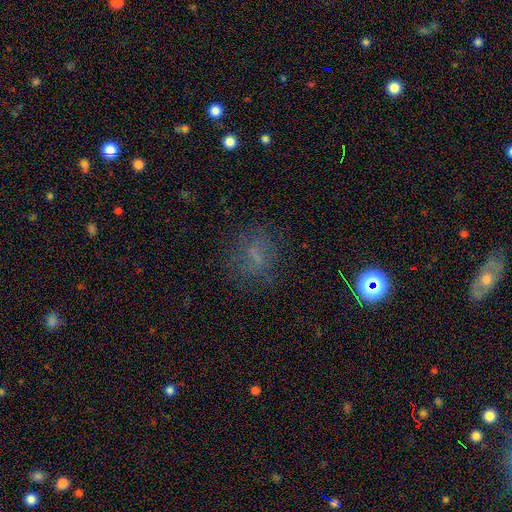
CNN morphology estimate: The model was most divided on "how rounded": round: 58%, in between: 39%, cigar-shaped: 3%. More confident: merging — none (71%); smooth or featured — smooth (50%).